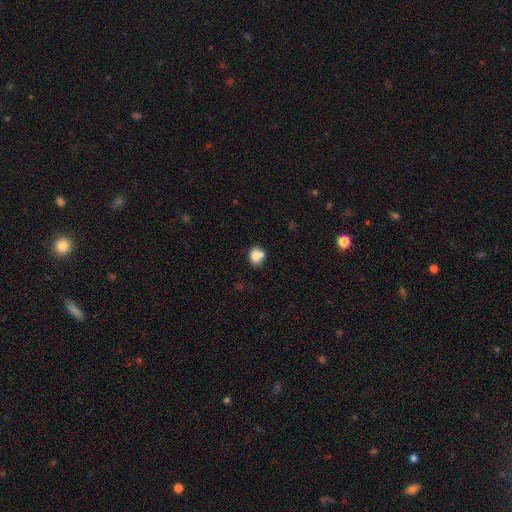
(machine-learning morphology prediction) A smooth galaxy with no disk features (77%) that is round (70%).

Vote fractions:
- Smooth or featured? smooth: 77% / featured or disk: 14% / star or artifact: 10%
- How rounded? round: 70% / in between: 29% / cigar-shaped: 1%
- Merging? none: 47% / merger: 36% / minor disturbance: 13% / major disturbance: 4%